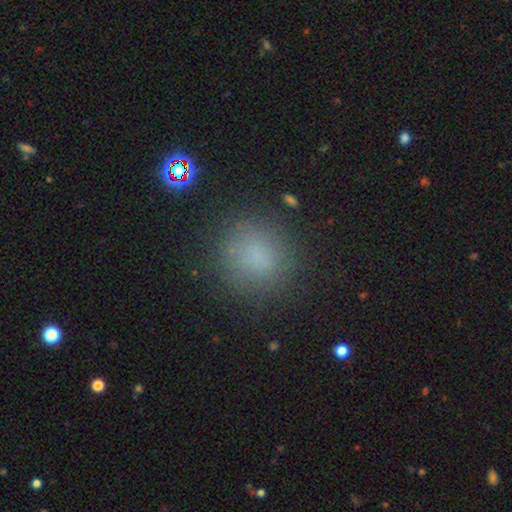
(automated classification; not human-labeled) Overall: smooth (76%). How rounded: round (88%). Merging: none (84%).